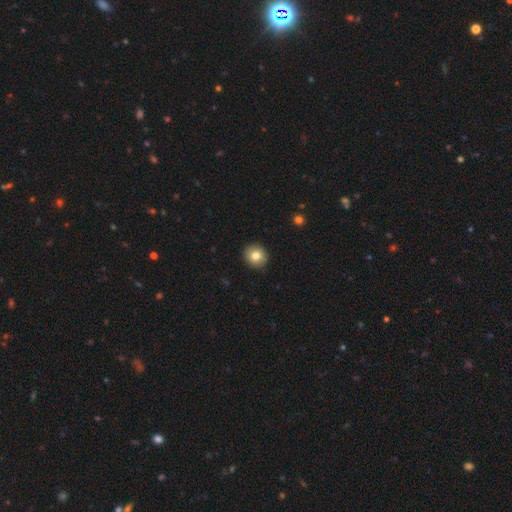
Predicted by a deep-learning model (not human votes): This appears to be a smooth galaxy with no disk features (80%) that is round (88%). Merging: none (92%).